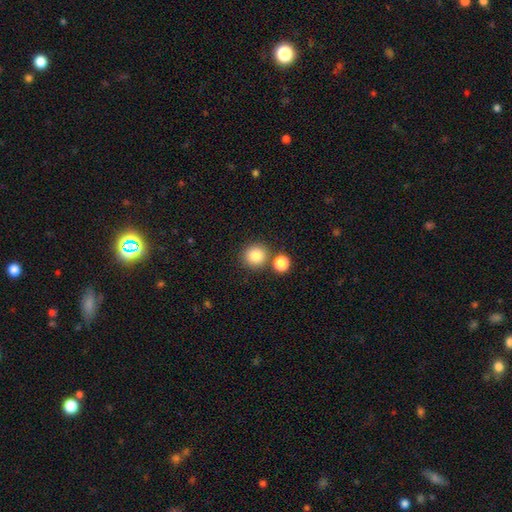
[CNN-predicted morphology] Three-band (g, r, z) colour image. It shows a smooth galaxy with no disk features (85%) that is round (91%). Merging: none (77%).